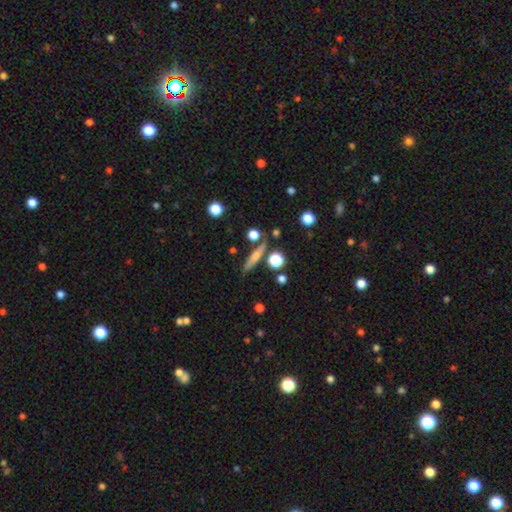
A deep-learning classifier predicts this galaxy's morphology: Smooth or featured? Predicted: smooth (p=0.52). How rounded? Predicted: cigar-shaped (p=0.79). Merging? Predicted: none (p=0.79).